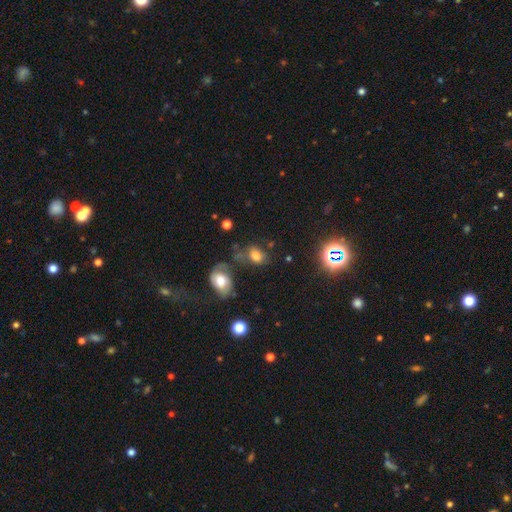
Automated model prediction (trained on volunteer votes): Smooth or featured?
  - smooth: 71% *
  - star or artifact: 16%
  - featured or disk: 13%
How rounded?
  - in between: 74% *
  - round: 24%
  - cigar-shaped: 2%
Merging?
  - none: 51% *
  - minor disturbance: 21%
  - merger: 15%
  - major disturbance: 13%